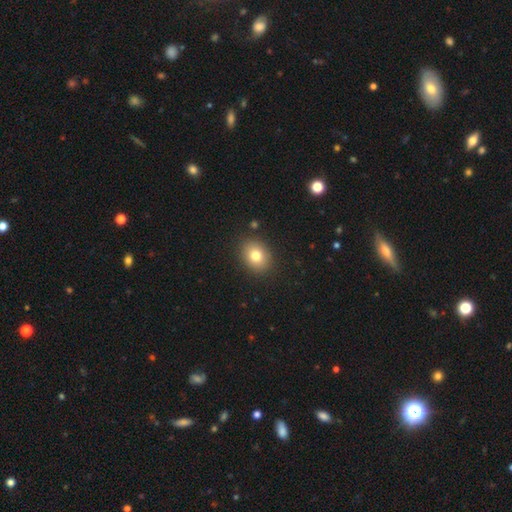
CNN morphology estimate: A smooth galaxy with no disk features (79%) that is in between round and cigar-shaped (51%). Merging: none (88%).